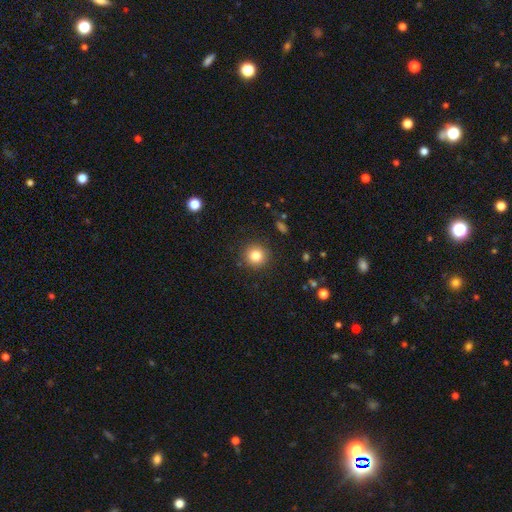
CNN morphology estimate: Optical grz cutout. It shows a smooth galaxy with no disk features (82%) that is round (94%). Merging: none (90%).